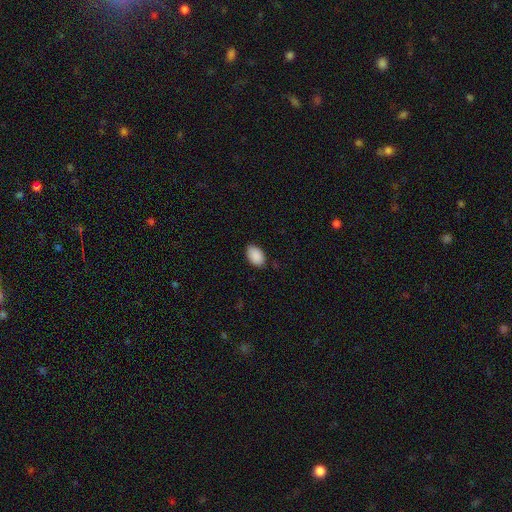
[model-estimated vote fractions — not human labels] Overall: smooth (90%). How rounded: in between (91%). Merging: none (83%).